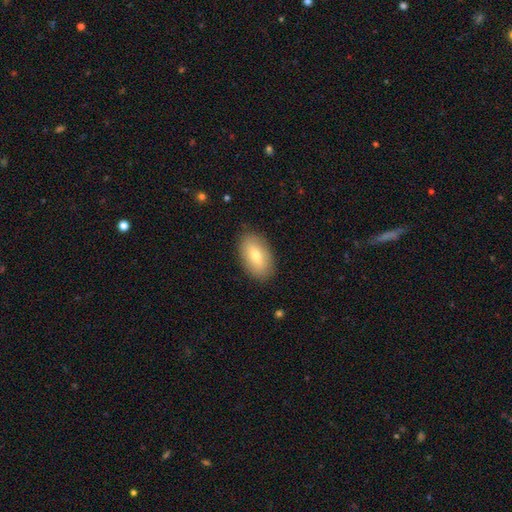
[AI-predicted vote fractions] A smooth galaxy with no disk features (71%) that is in between round and cigar-shaped (92%). Merging: none (87%).